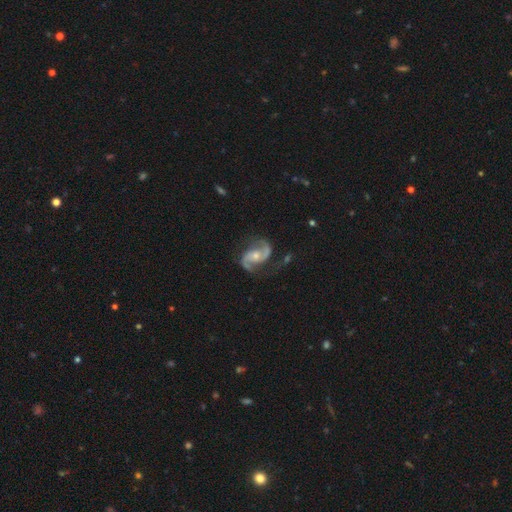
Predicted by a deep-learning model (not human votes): Morphology: type=featured or disk (91%); edge-on=no (98%); bar=no (56%); spiral arms=yes (98%); winding=medium (52%); arm count=2 (93%); bulge=moderate (47%, tied with small); merging=none (73%).